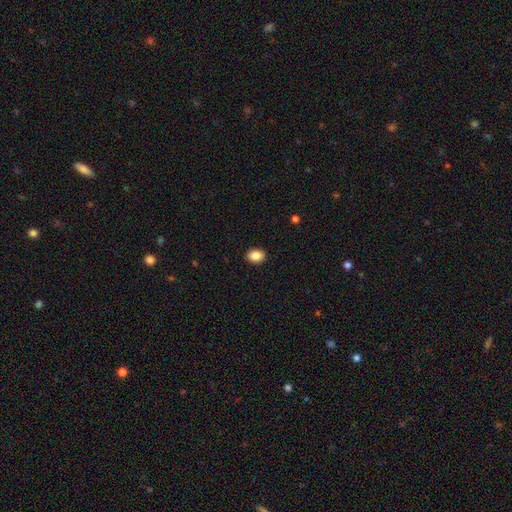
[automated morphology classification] smooth_or_featured: smooth (p=0.88) [alt: star or artifact p=0.08]
how_rounded: in between (p=0.71) [alt: round p=0.28]
merging: none (p=0.91) [alt: minor disturbance p=0.06]